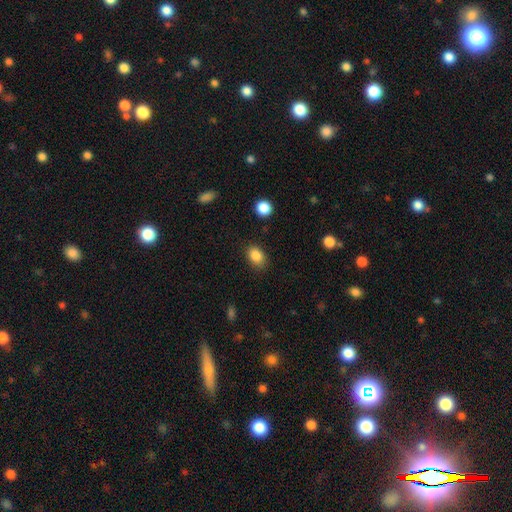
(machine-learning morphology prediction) Q: Smooth or featured?
A: smooth (86%); runner-up: star or artifact (9%)
Q: How rounded?
A: in between (75%); runner-up: round (24%)
Q: Merging?
A: none (82%); runner-up: minor disturbance (13%)